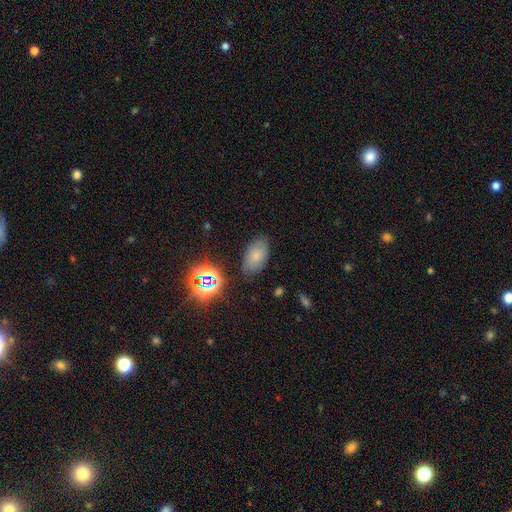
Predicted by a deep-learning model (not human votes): This is likely a smooth galaxy (70%). How rounded: clearly in between (92%). Merging: likely none (80%).